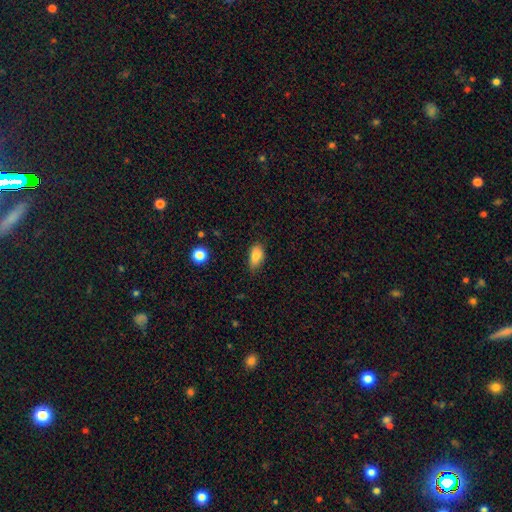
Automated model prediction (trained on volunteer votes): This is clearly a smooth galaxy (83%). How rounded: clearly in between (89%). Merging: likely none (75%).